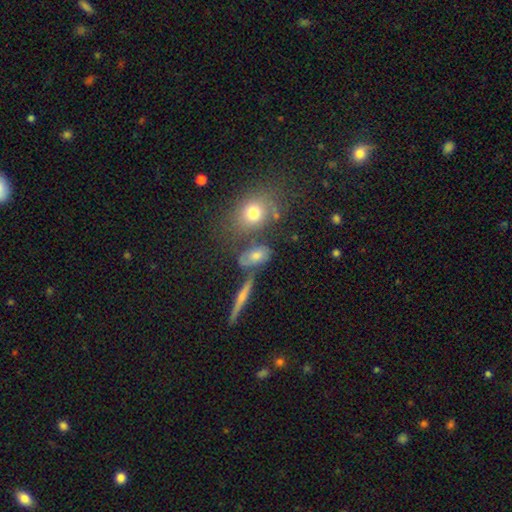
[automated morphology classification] Smooth or featured?
  - smooth: 57% *
  - featured or disk: 27%
  - star or artifact: 16%
How rounded?
  - in between: 64% *
  - round: 25%
  - cigar-shaped: 11%
Merging?
  - none: 61% *
  - merger: 16%
  - minor disturbance: 15%
  - major disturbance: 8%